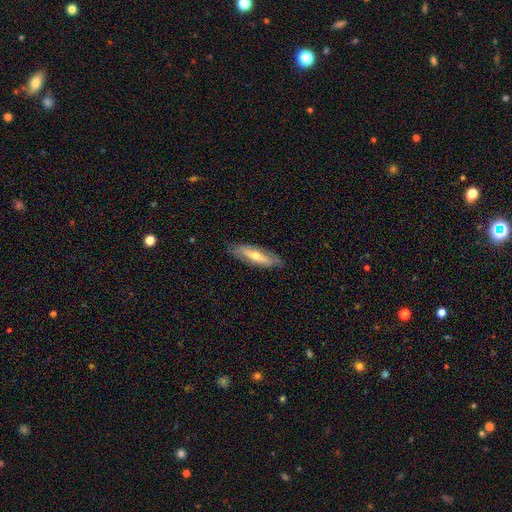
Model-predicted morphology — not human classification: Overall: featured or disk (56%; smooth 38%). Edge-on disk: no (56%; yes 44%). Merging: none (82%).